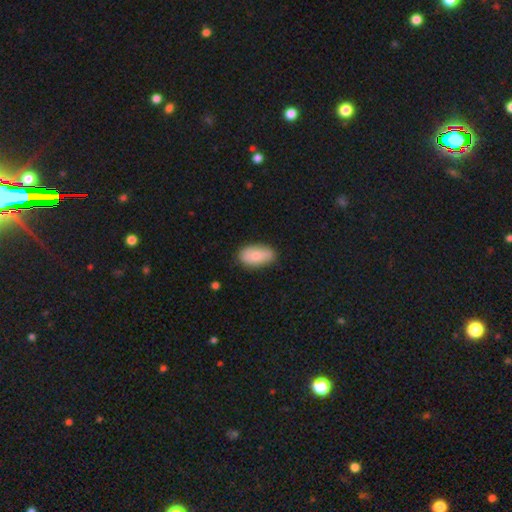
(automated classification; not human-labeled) A smooth galaxy with no disk features (77%) that is in between round and cigar-shaped (93%).

Vote fractions:
- Smooth or featured? smooth: 77% / featured or disk: 17% / star or artifact: 6%
- How rounded? in between: 93% / round: 4% / cigar-shaped: 3%
- Merging? none: 78% / minor disturbance: 18% / major disturbance: 3% / merger: 2%